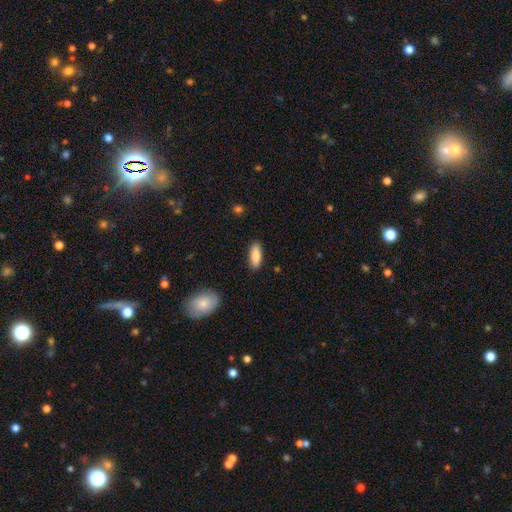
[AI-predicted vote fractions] Morphology: type=smooth (84%); roundness=in between (75%); merging=none (88%).